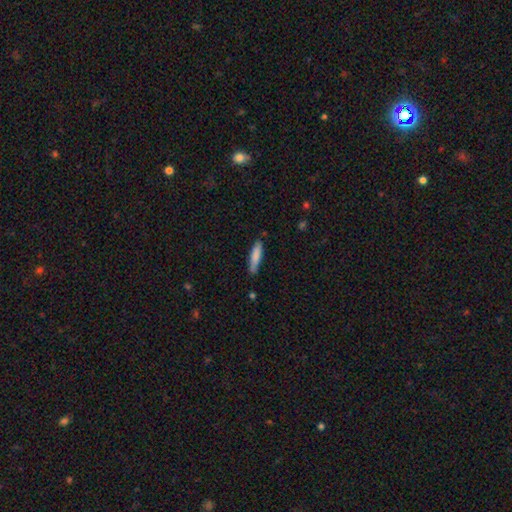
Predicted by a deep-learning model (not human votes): Morphology: type=smooth (82%); roundness=cigar-shaped (83%); merging=none (81%).